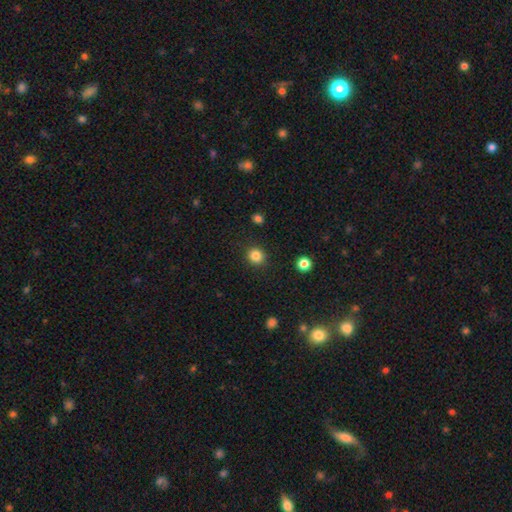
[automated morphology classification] The model was most divided on "smooth or featured": smooth: 85%, star or artifact: 11%, featured or disk: 4%. More confident: merging — none (90%); how rounded — round (88%).